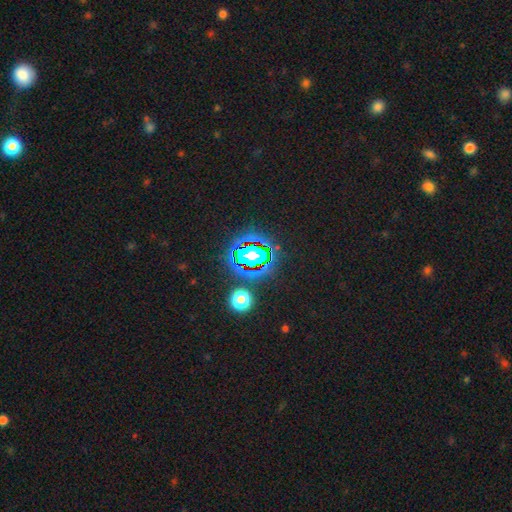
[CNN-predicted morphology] Q: Smooth or featured?
A: star or artifact (80%); runner-up: smooth (13%)